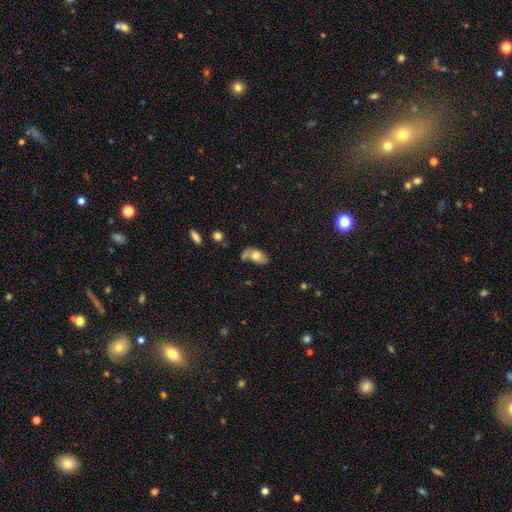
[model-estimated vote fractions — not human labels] smooth 71%, featured or disk 21%, star or artifact 8%. Down the decision tree: how rounded — in between (88%); merging — none (37%).